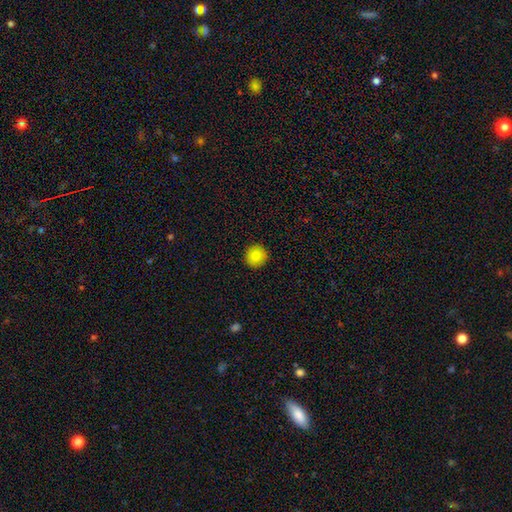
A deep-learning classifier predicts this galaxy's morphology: Smooth or featured?
  - smooth: 84% *
  - star or artifact: 10%
  - featured or disk: 6%
How rounded?
  - round: 95% *
  - in between: 4%
  - cigar-shaped: 1%
Merging?
  - none: 93% *
  - minor disturbance: 5%
  - major disturbance: 1%
  - merger: 1%